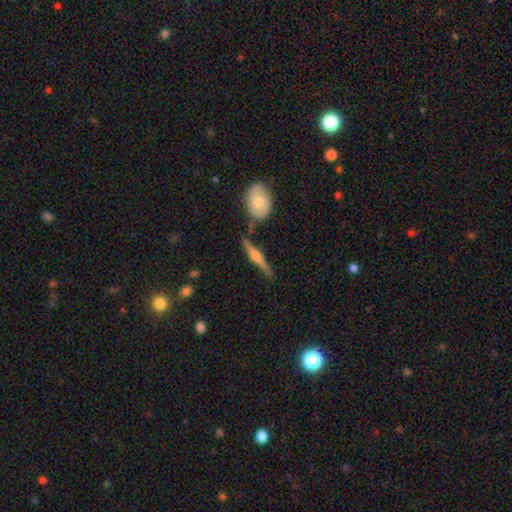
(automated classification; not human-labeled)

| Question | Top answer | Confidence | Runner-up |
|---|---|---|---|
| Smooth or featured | featured or disk | 73% | smooth (21%) |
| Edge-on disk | yes | 96% | no (4%) |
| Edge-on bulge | rounded | 86% | boxy (10%) |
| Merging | none | 79% | minor disturbance (12%) |